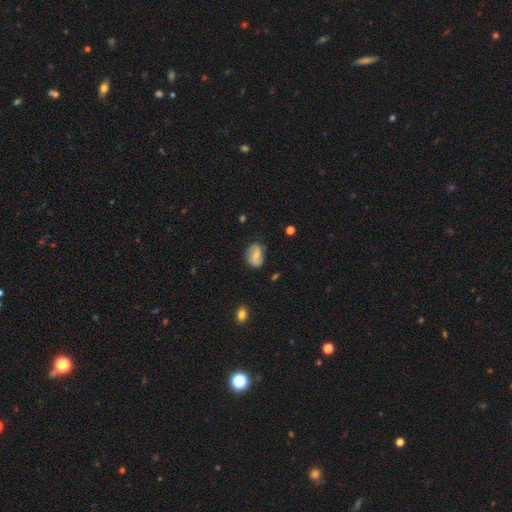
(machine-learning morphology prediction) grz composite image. It shows a featured or disk galaxy (50%). Merging: none (76%).